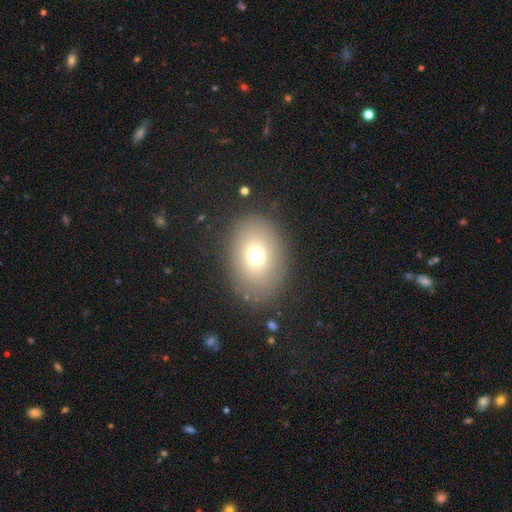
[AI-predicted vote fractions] A smooth galaxy with no disk features (72%) that is in between round and cigar-shaped (69%).

Vote fractions:
- Smooth or featured? smooth: 72% / featured or disk: 15% / star or artifact: 13%
- How rounded? in between: 69% / round: 30% / cigar-shaped: 1%
- Merging? none: 84% / minor disturbance: 9% / major disturbance: 5% / merger: 1%